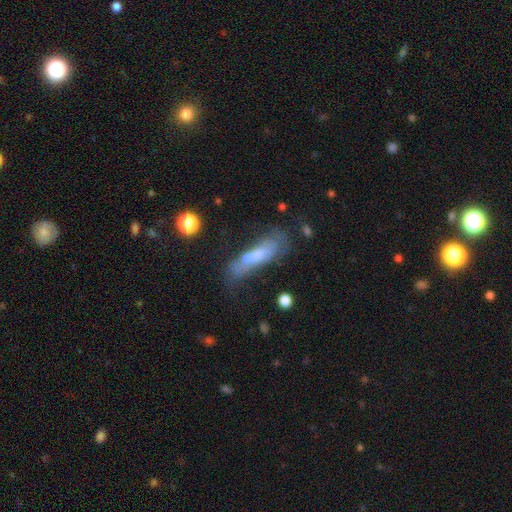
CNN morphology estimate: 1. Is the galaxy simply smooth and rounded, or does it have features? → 54% smooth, 37% featured or disk, 9% star or artifact.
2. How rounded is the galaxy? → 69% cigar-shaped, 29% in between, 2% round.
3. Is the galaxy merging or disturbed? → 43% none, 28% minor disturbance, 22% major disturbance, 7% merger.